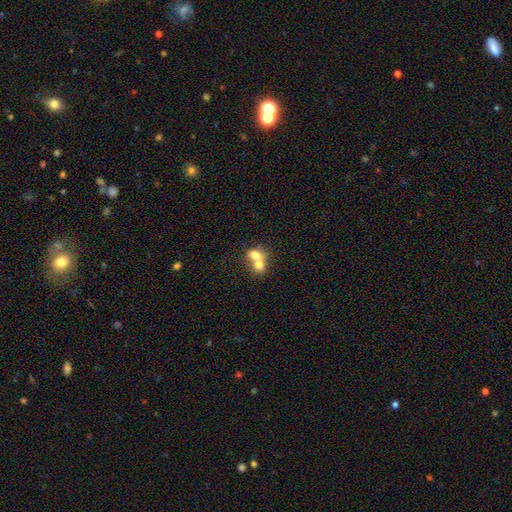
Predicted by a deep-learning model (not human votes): Smooth or featured? Predicted: smooth (p=0.69). How rounded? Predicted: in between (p=0.50). Merging? Predicted: merger (p=0.74).